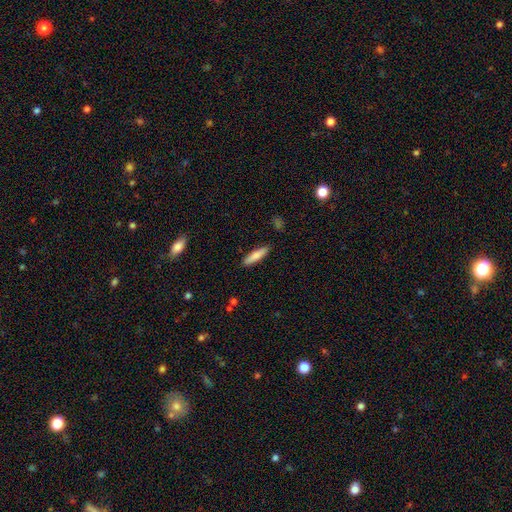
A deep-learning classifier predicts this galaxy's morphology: The model was most divided on "how rounded": cigar-shaped: 77%, in between: 22%, round: 1%. More confident: merging — none (89%); smooth or featured — smooth (79%).